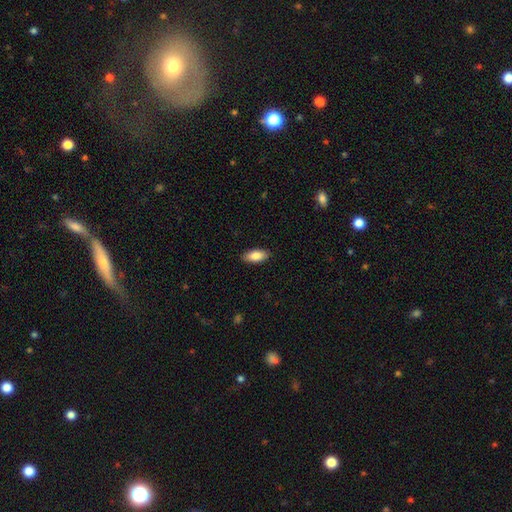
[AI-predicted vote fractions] Morphology: type=smooth (85%); roundness=in between (90%); merging=none (88%).